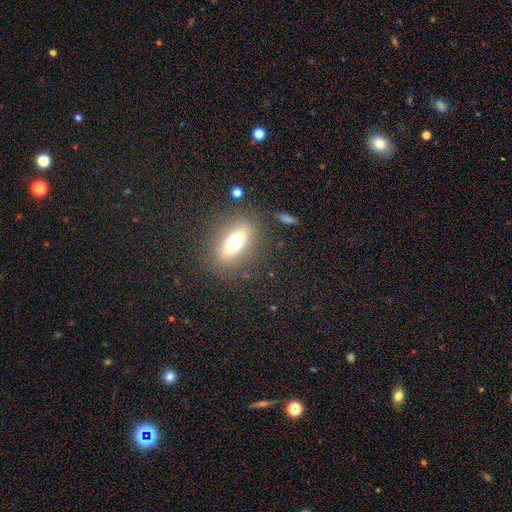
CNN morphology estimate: Q: Smooth or featured?
A: smooth (50%); runner-up: featured or disk (26%)
Q: Merging?
A: none (84%); runner-up: minor disturbance (9%)